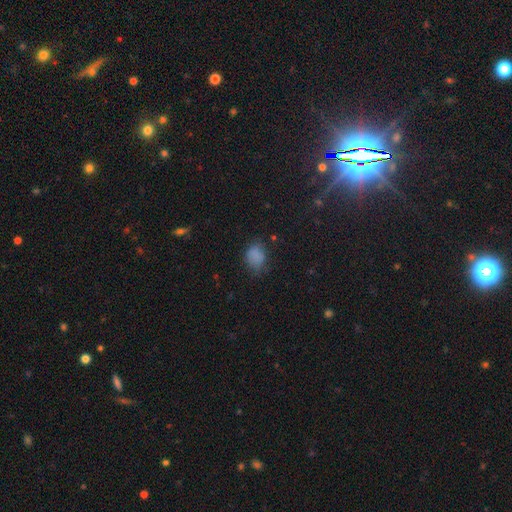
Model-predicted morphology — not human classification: This appears to be a smooth galaxy with no disk features (80%) that is in between round and cigar-shaped (56%). Merging: none (61%).